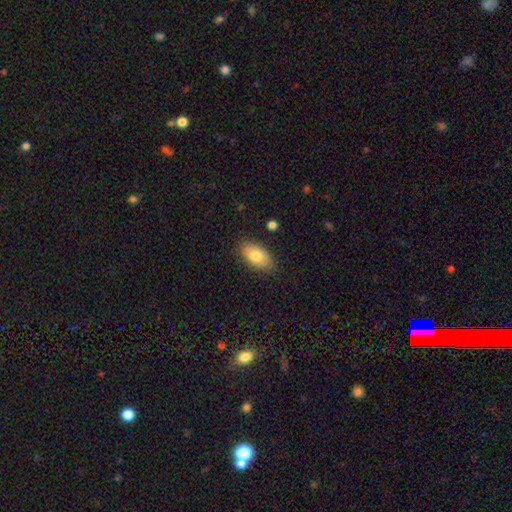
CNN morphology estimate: Overall: smooth (79%). How rounded: in between (92%). Merging: none (85%).